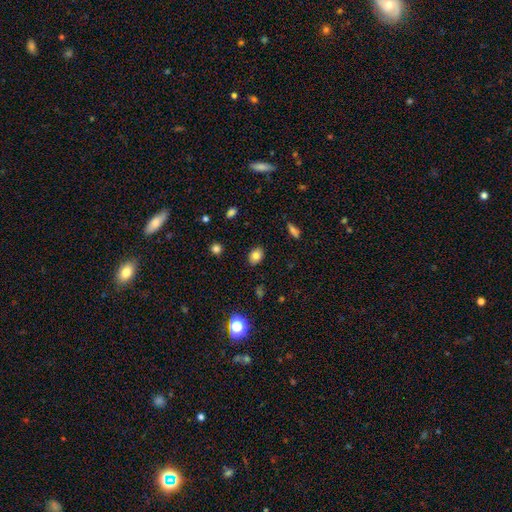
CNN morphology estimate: type=smooth (80%); roundness=in between (74%); merging=none (87%).